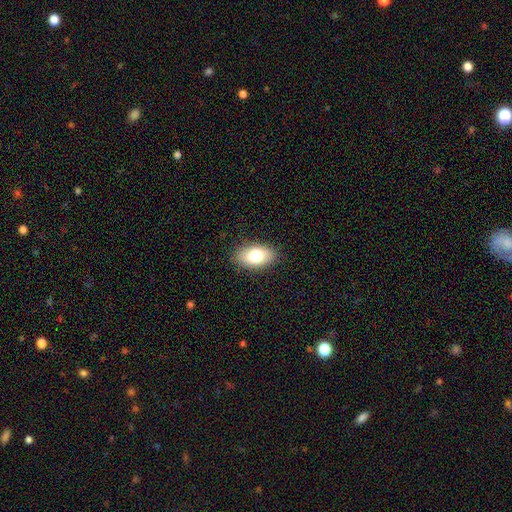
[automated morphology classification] type=smooth (78%); roundness=in between (92%); merging=none (87%).